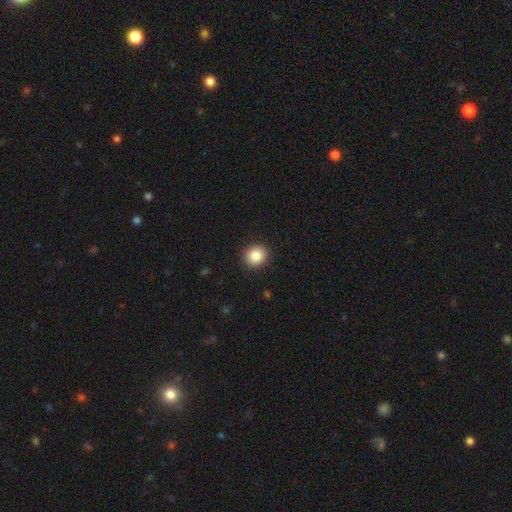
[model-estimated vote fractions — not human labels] smooth_or_featured: smooth (p=0.86) [alt: star or artifact p=0.09]
how_rounded: round (p=0.83) [alt: in between p=0.16]
merging: none (p=0.92) [alt: minor disturbance p=0.06]